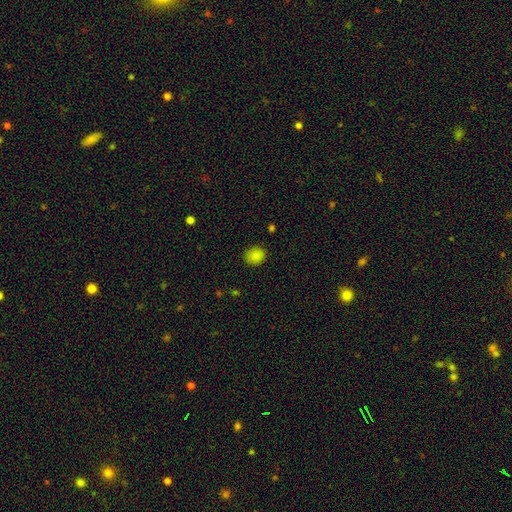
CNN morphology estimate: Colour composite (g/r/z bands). It shows a smooth galaxy with no disk features (85%) that is round (74%). Merging: none (87%).